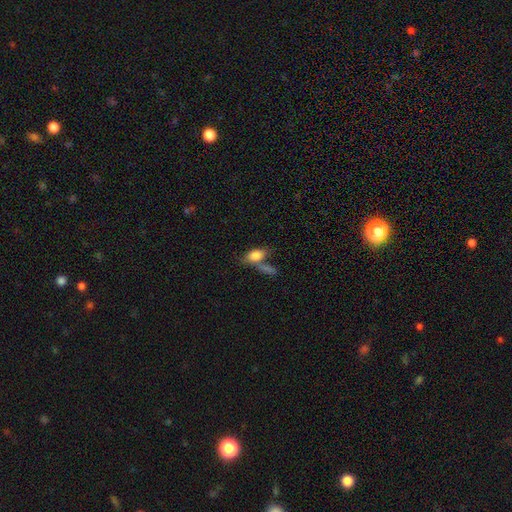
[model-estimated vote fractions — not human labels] The model was most divided on "merging": merger: 42%, none: 36%, minor disturbance: 13%, major disturbance: 9%. More confident: how rounded — in between (85%); smooth or featured — smooth (80%).